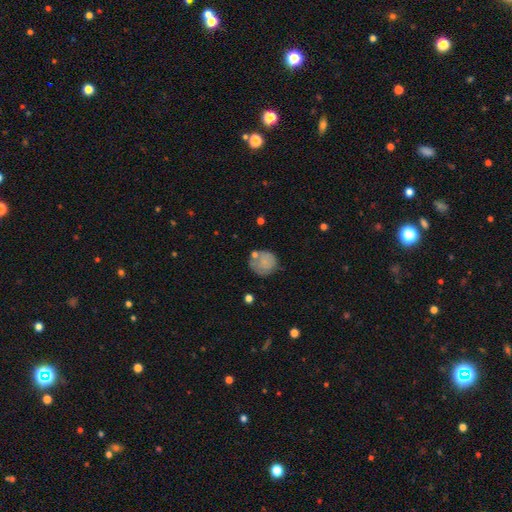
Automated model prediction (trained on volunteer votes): A smooth galaxy with no disk features (72%) that is round (89%). Merging: none (62%).